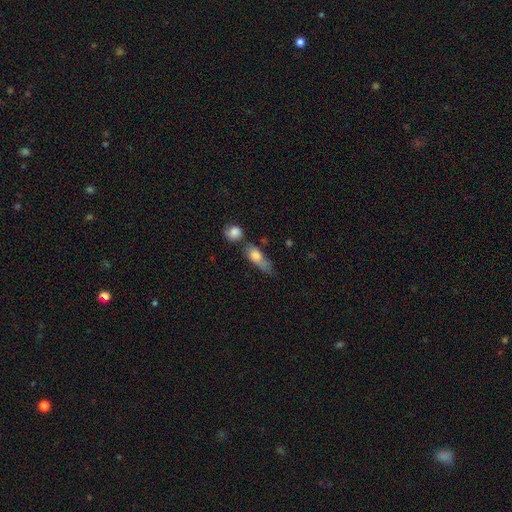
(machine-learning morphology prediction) Q: Smooth or featured?
A: smooth (73%); runner-up: featured or disk (19%)
Q: How rounded?
A: in between (61%); runner-up: cigar-shaped (28%)
Q: Merging?
A: none (30%); runner-up: minor disturbance (28%)